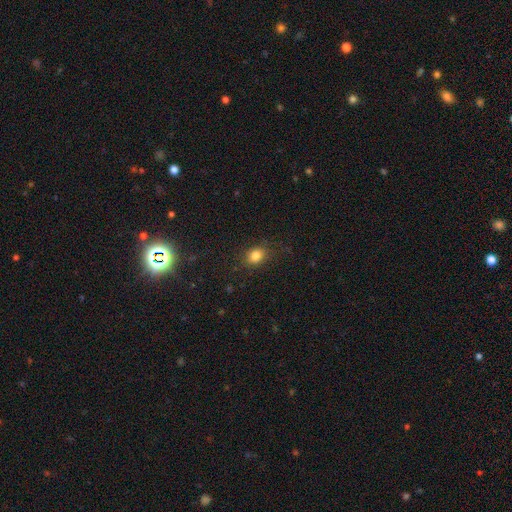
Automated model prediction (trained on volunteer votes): Smooth or featured? smooth (83%)
How rounded? in between (55%)
Merging? none (82%)